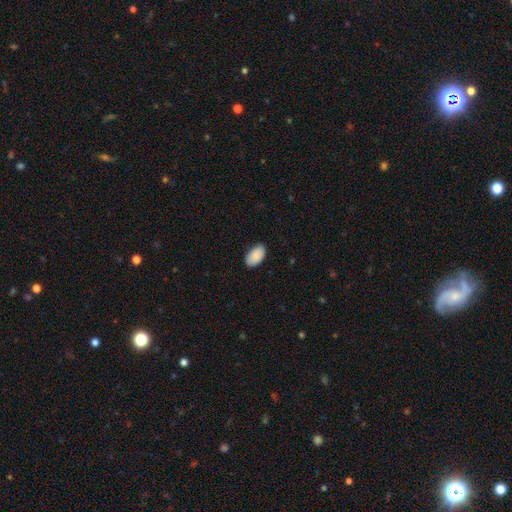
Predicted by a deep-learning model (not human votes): Overall: smooth (90%). How rounded: in between (95%). Merging: none (85%).